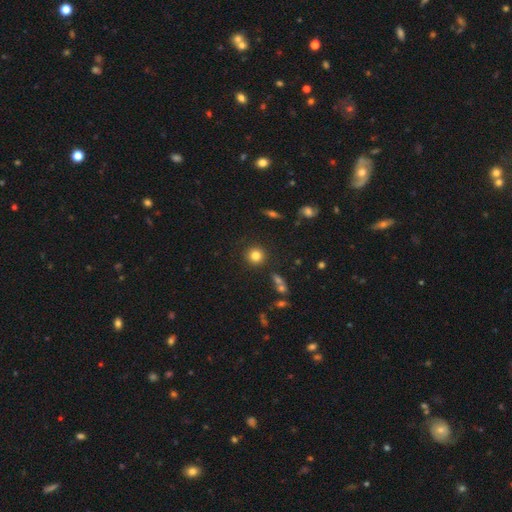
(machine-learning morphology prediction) This appears to be a smooth galaxy with no disk features (81%) that is round (92%). Merging: none (88%).